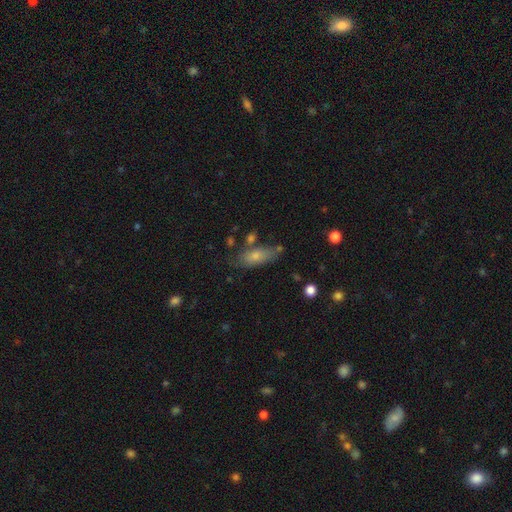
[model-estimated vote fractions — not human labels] This is likely a smooth galaxy (73%). How rounded: likely in between (76%). Merging: likely none (61%).